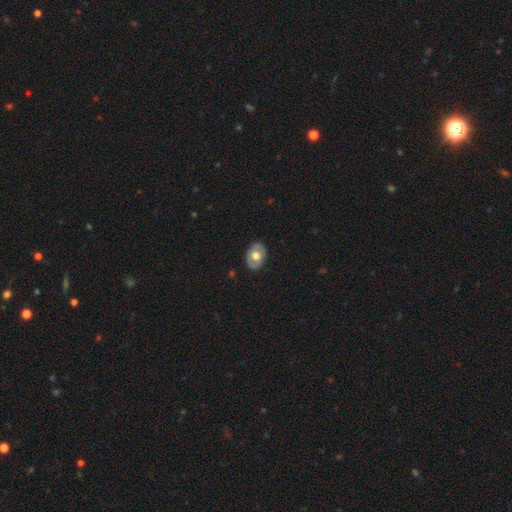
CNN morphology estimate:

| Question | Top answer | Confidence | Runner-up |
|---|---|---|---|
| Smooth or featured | smooth | 55% | featured or disk (39%) |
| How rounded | in between | 75% | round (24%) |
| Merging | none | 83% | minor disturbance (13%) |